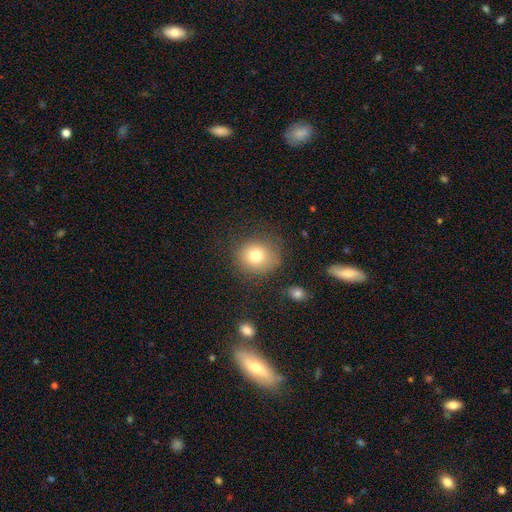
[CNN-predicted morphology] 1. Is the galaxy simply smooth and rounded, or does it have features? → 78% smooth, 12% star or artifact, 11% featured or disk.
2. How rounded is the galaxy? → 79% round, 20% in between, 1% cigar-shaped.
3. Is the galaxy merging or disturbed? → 78% none, 14% minor disturbance, 6% major disturbance, 2% merger.